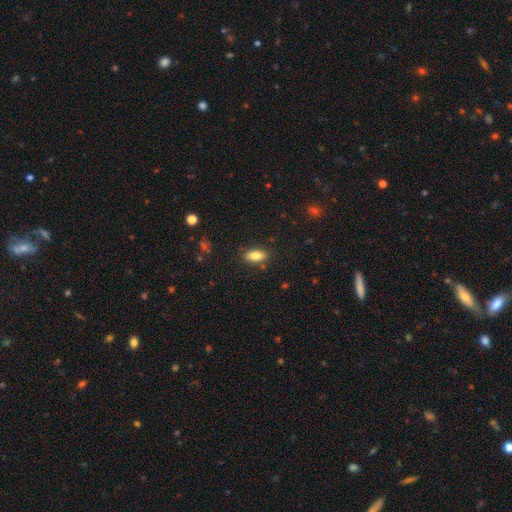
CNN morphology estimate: Smooth or featured: smooth — 79% (featured or disk — 13%)
How rounded: in between — 85% (cigar-shaped — 12%)
Merging: none — 84% (minor disturbance — 11%)